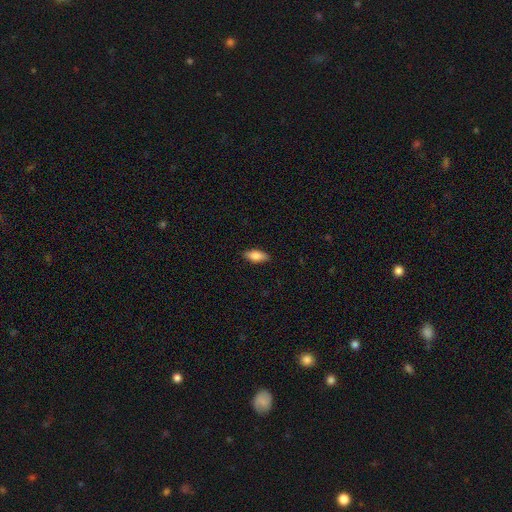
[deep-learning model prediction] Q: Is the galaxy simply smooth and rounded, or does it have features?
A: smooth — 82%.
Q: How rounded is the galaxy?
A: in between — 83%.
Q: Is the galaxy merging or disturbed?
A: none — 87%.